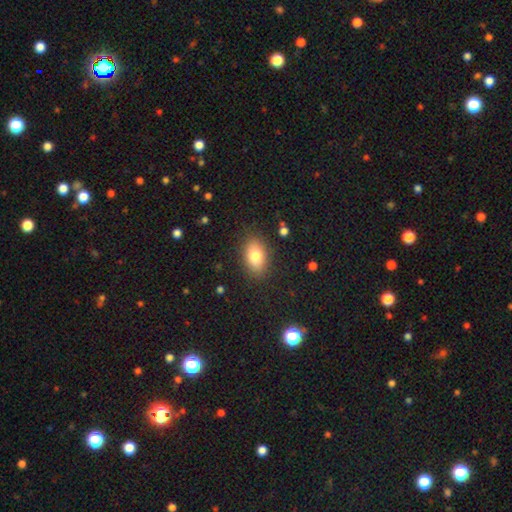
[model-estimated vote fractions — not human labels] This appears to be a smooth galaxy with no disk features (80%) that is in between round and cigar-shaped (85%). Merging: none (85%).